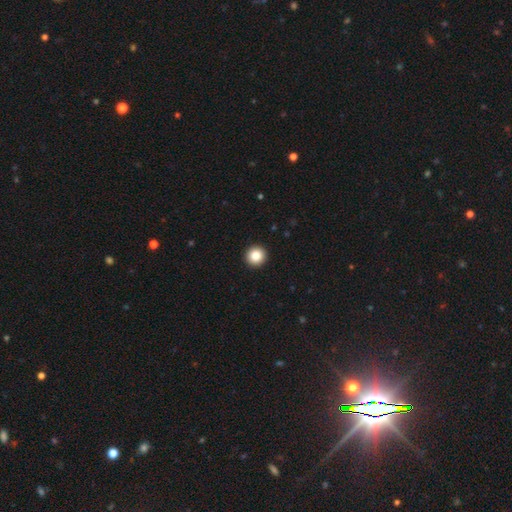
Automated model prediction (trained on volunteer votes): Morphology: type=smooth (86%); roundness=round (96%); merging=none (94%).